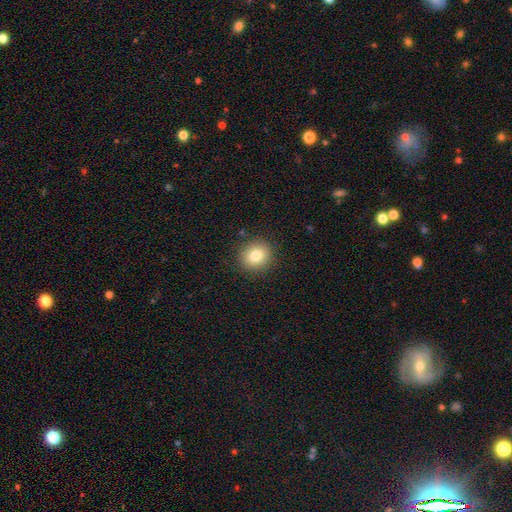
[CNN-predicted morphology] A smooth galaxy with no disk features (81%) that is round (82%). Merging: none (89%).